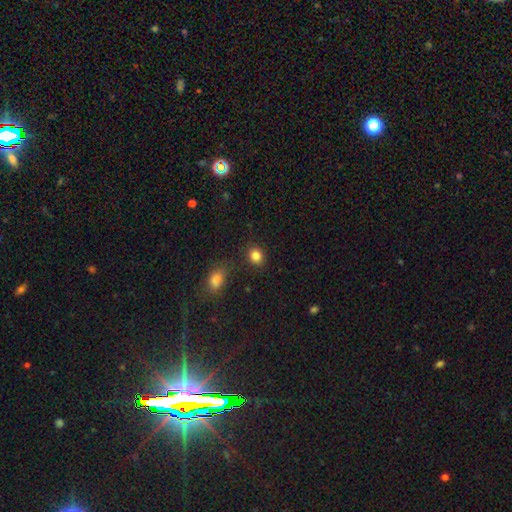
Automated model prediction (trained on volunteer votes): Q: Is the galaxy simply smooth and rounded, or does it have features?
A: smooth — 85%.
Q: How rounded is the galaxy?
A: round — 73%.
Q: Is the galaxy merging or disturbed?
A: none — 84%.